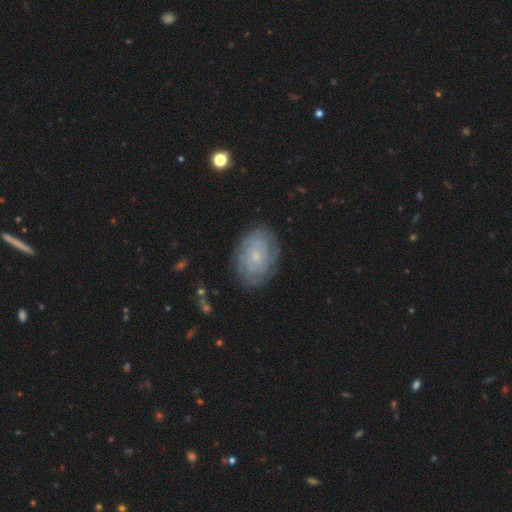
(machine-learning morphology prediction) featured or disk 68%, smooth 24%, star or artifact 8%. Down the decision tree: edge-on disk — no (96%); bar — no (80%); spiral arms — yes (88%); spiral arm count — can't tell (53%); spiral winding — tight (77%); bulge size — small (79%); merging — none (81%).